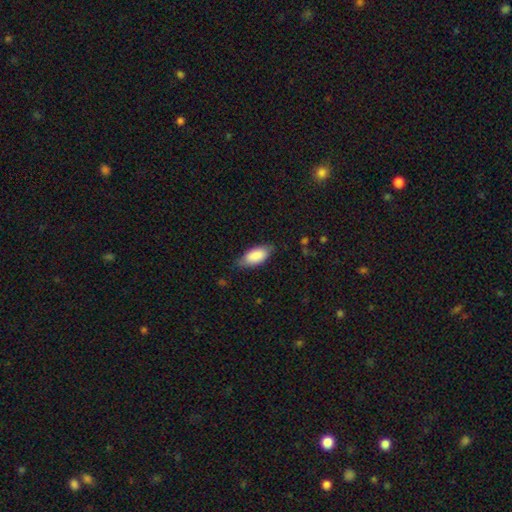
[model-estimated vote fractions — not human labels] smooth 85%, featured or disk 9%, star or artifact 6%. Down the decision tree: how rounded — in between (90%); merging — none (73%).